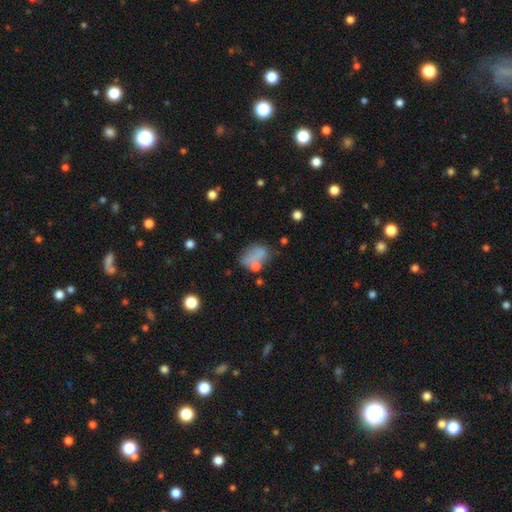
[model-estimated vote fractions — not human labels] This appears to be a smooth galaxy with no disk features (66%) that is in between round and cigar-shaped (78%). Merging: none (37%).